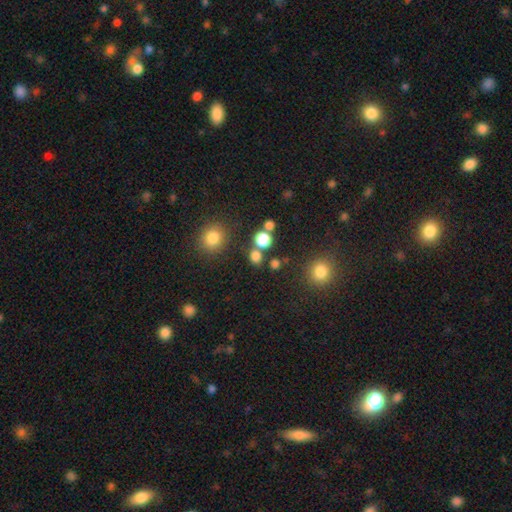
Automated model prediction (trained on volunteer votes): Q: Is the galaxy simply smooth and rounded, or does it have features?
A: smooth — 77%.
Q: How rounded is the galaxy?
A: round — 82%.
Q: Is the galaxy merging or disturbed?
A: none — 70%.